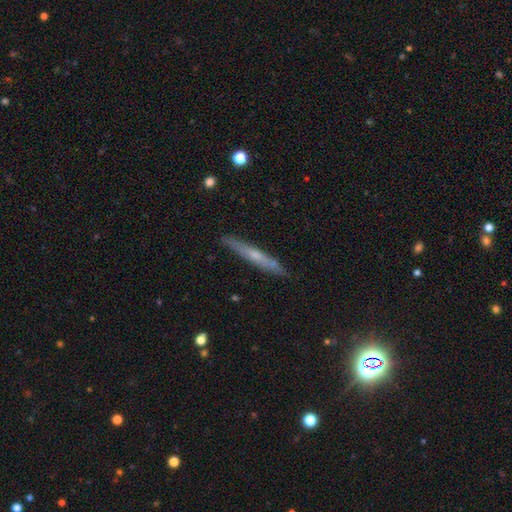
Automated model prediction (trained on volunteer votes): featured or disk 54%, smooth 40%, star or artifact 6%. Down the decision tree: edge-on disk — yes (93%); edge-on bulge — none (49%); merging — none (88%).